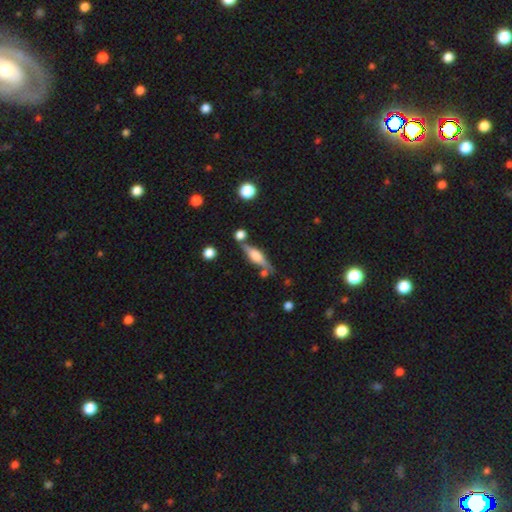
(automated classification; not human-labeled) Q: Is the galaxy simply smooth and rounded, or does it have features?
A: featured or disk — 60%.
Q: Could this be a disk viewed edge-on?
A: yes — 94%.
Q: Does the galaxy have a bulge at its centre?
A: rounded — 77%.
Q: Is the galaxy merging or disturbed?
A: none — 72%.